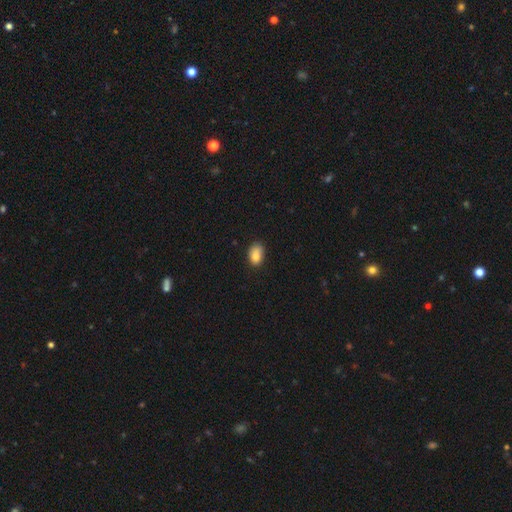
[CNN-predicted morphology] smooth_or_featured: smooth (p=0.83) [alt: star or artifact p=0.09]
how_rounded: in between (p=0.80) [alt: round p=0.19]
merging: none (p=0.68) [alt: minor disturbance p=0.25]